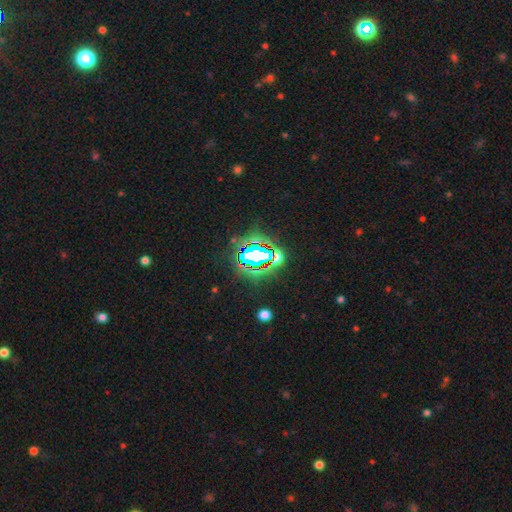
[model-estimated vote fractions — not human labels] A star or artifact, not a galaxy (75%).